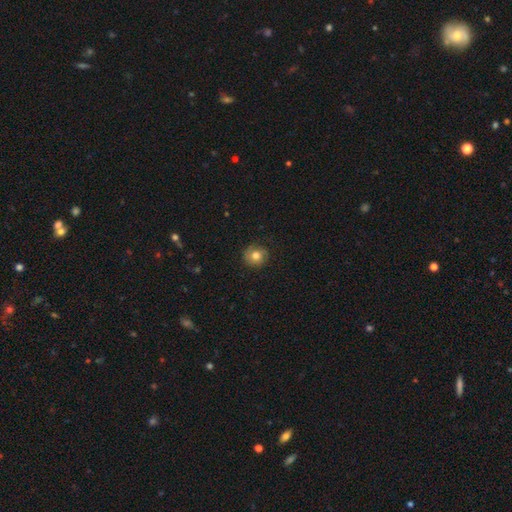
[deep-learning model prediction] This is likely a smooth galaxy (71%). How rounded: clearly round (85%). Merging: likely none (79%).